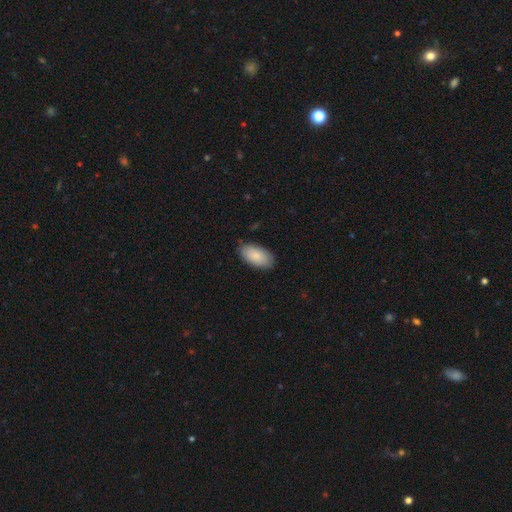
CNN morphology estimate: Overall: smooth (86%). How rounded: in between (95%). Merging: none (84%).